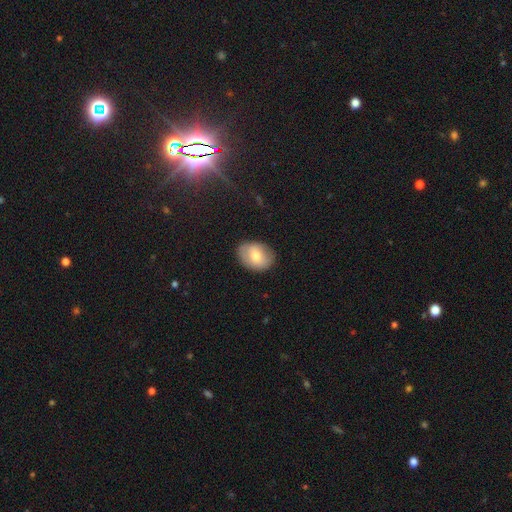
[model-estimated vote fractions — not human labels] This is likely a smooth galaxy (68%). How rounded: likely in between (70%). Merging: clearly none (82%).